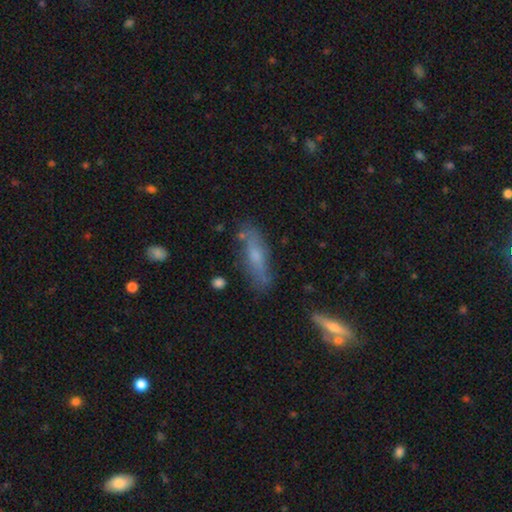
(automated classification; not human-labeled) Q: Smooth or featured?
A: smooth (51%); runner-up: featured or disk (41%)
Q: How rounded?
A: cigar-shaped (61%); runner-up: in between (36%)
Q: Merging?
A: none (74%); runner-up: minor disturbance (17%)